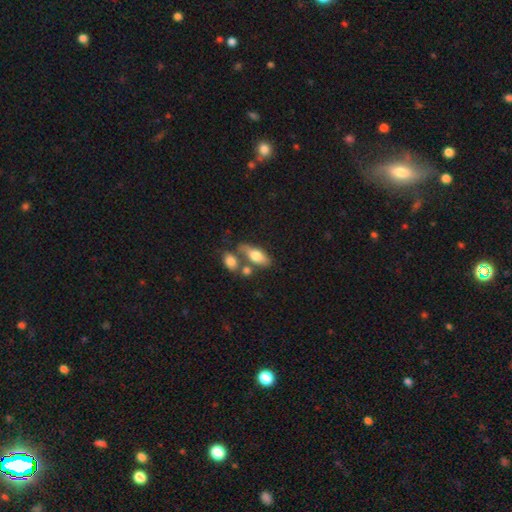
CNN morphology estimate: A smooth galaxy with no disk features (68%) that is in between round and cigar-shaped (79%). Merging: none (50%).